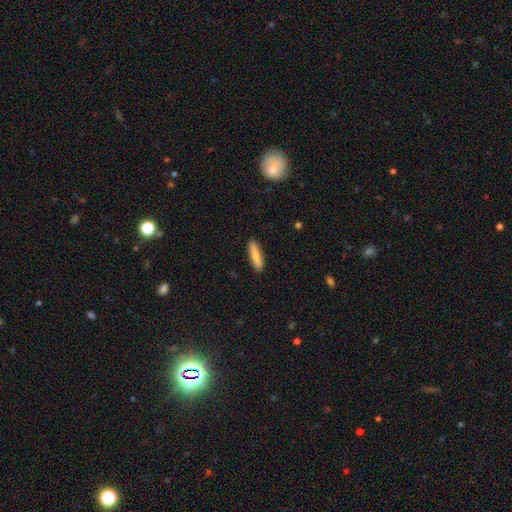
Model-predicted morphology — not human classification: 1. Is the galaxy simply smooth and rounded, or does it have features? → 76% smooth, 18% featured or disk, 6% star or artifact.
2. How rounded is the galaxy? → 79% cigar-shaped, 19% in between, 2% round.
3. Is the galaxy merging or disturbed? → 89% none, 8% minor disturbance, 2% major disturbance, 1% merger.